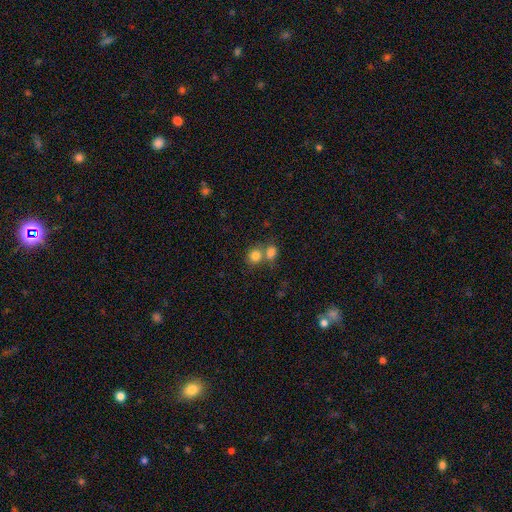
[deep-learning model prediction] This appears to be a smooth galaxy with no disk features (81%) that is round (74%). Merging: merger (46%).